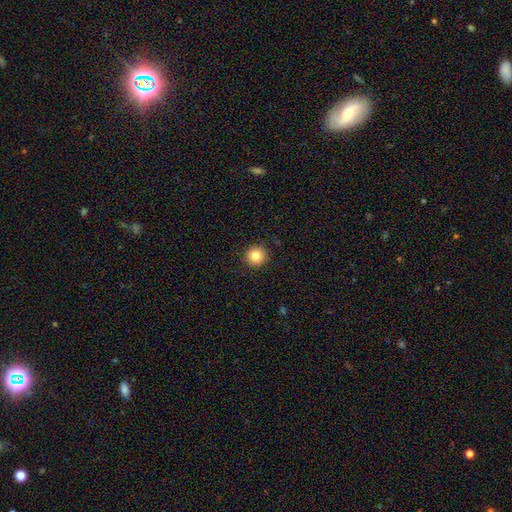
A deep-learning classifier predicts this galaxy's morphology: Smooth or featured?
  - smooth: 83% *
  - star or artifact: 10%
  - featured or disk: 6%
How rounded?
  - round: 95% *
  - in between: 4%
  - cigar-shaped: 1%
Merging?
  - none: 92% *
  - minor disturbance: 5%
  - major disturbance: 2%
  - merger: 1%